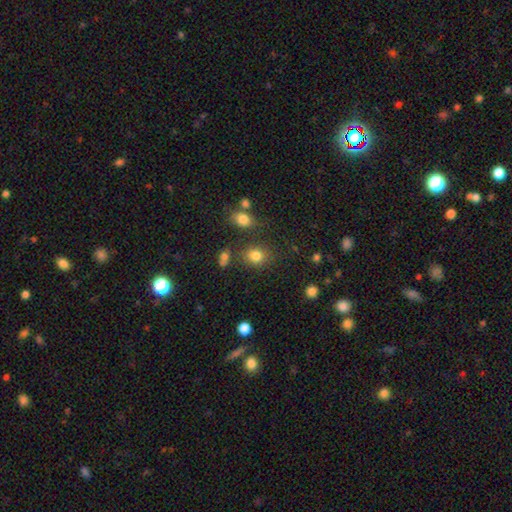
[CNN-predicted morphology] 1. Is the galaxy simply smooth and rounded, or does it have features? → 80% smooth, 13% star or artifact, 7% featured or disk.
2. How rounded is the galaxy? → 61% round, 38% in between, 1% cigar-shaped.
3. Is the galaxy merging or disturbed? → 76% none, 12% minor disturbance, 7% merger, 5% major disturbance.